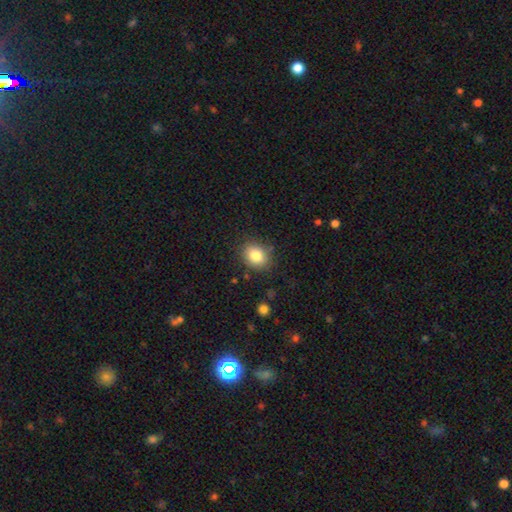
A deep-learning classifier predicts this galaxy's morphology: Q: Smooth or featured?
A: smooth (83%); runner-up: star or artifact (10%)
Q: How rounded?
A: round (53%); runner-up: in between (46%)
Q: Merging?
A: none (84%); runner-up: minor disturbance (11%)